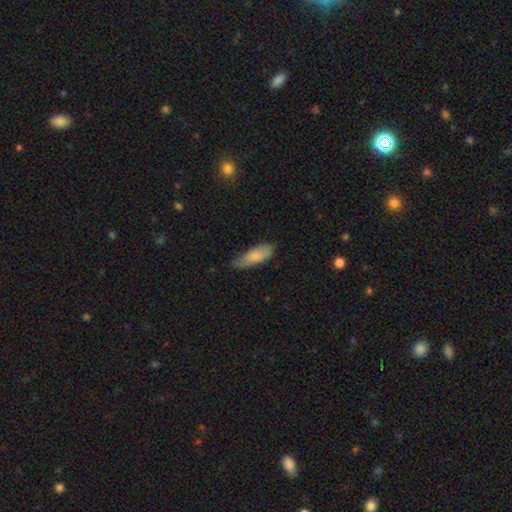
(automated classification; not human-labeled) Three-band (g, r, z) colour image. It shows a smooth galaxy with no disk features (77%) that is in between round and cigar-shaped (69%). Merging: none (53%).